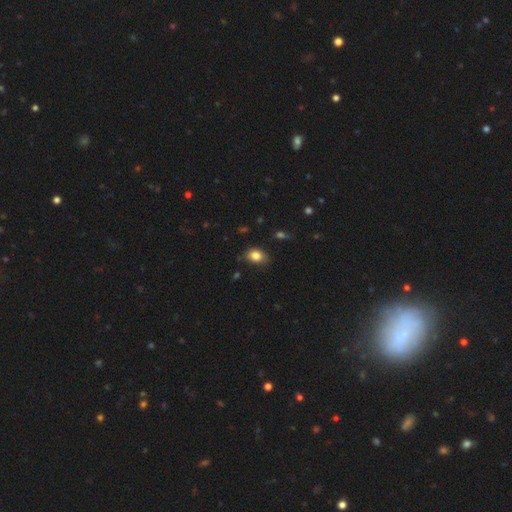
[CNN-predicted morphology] Smooth or featured? Predicted: smooth (p=0.84). How rounded? Predicted: in between (p=0.71). Merging? Predicted: none (p=0.77).